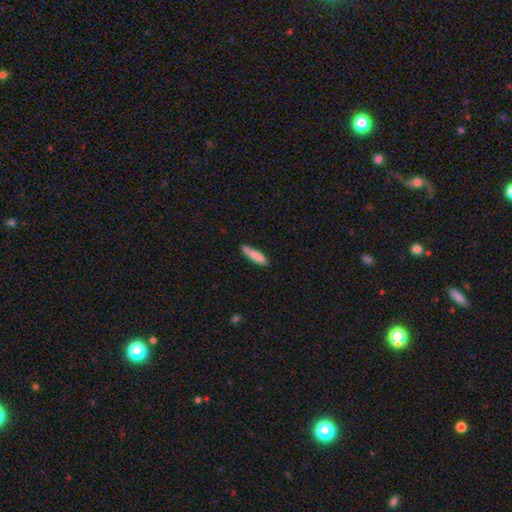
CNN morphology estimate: Q: Smooth or featured?
A: smooth (84%); runner-up: featured or disk (10%)
Q: How rounded?
A: cigar-shaped (77%); runner-up: in between (22%)
Q: Merging?
A: none (69%); runner-up: minor disturbance (24%)